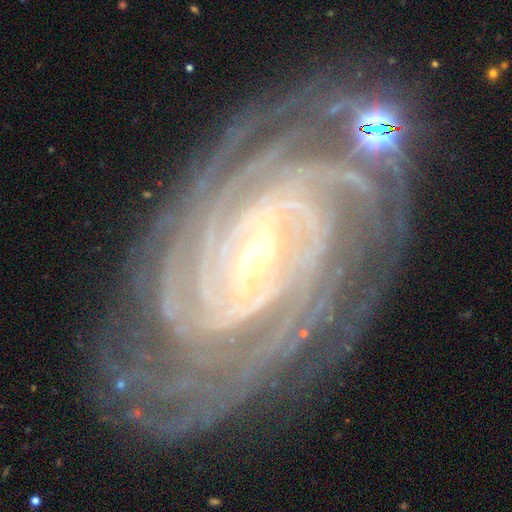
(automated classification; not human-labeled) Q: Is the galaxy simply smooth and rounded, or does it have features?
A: featured or disk — 92%.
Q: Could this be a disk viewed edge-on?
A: no — 97%.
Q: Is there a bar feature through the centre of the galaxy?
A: weak — 40%.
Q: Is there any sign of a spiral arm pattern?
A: yes — 99%.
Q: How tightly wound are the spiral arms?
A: tight — 85%.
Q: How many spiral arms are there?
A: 4 — 29%.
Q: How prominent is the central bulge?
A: small — 69%.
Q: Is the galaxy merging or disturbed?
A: none — 80%.